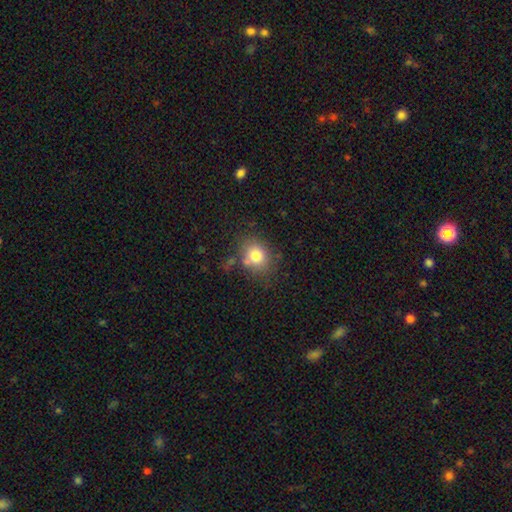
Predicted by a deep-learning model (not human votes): A smooth galaxy with no disk features (78%) that is round (61%).

Vote fractions:
- Smooth or featured? smooth: 78% / star or artifact: 11% / featured or disk: 11%
- How rounded? round: 61% / in between: 38% / cigar-shaped: 1%
- Merging? none: 70% / minor disturbance: 16% / merger: 8% / major disturbance: 6%